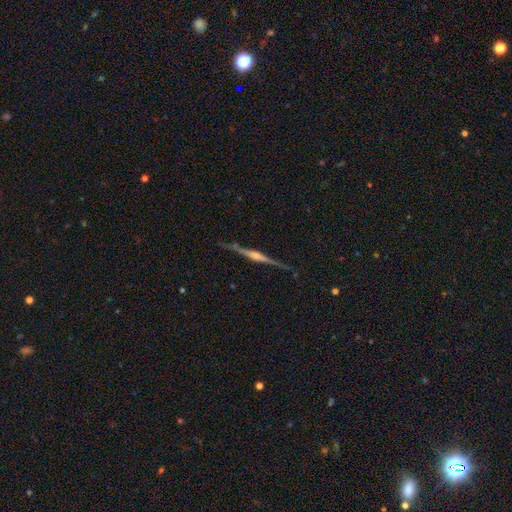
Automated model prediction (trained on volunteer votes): Overall: featured or disk (83%). Edge-on disk: yes (98%). Edge-on bulge: rounded (67%). Merging: none (85%).